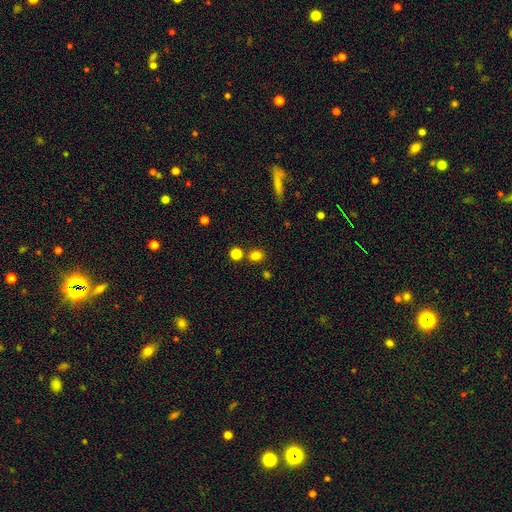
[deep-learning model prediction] Smooth or featured?
  - smooth: 80% *
  - star or artifact: 15%
  - featured or disk: 5%
How rounded?
  - round: 69% *
  - in between: 30%
  - cigar-shaped: 1%
Merging?
  - none: 75% *
  - merger: 13%
  - minor disturbance: 8%
  - major disturbance: 3%